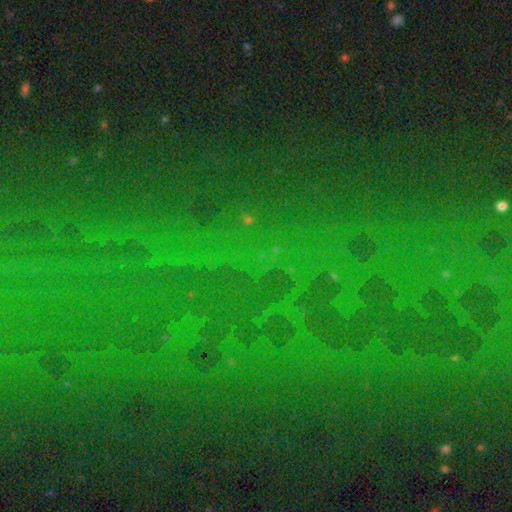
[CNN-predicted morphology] The model was most divided on "smooth or featured": star or artifact: 83%, smooth: 10%, featured or disk: 8%.